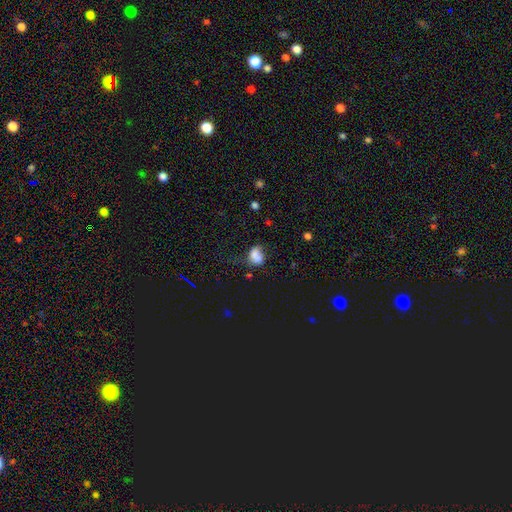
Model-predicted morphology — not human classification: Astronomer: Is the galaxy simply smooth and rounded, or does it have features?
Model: smooth — 72%.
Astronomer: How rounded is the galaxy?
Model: in between — 65%.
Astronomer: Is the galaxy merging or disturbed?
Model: none — 33% (runner-up: minor disturbance, 30%).